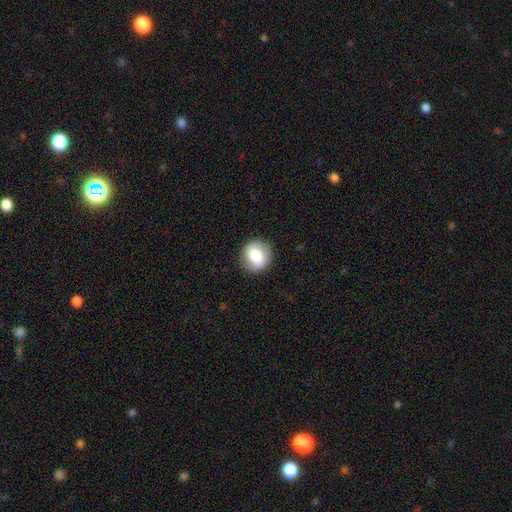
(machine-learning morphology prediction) type=smooth (71%); roundness=round (86%); merging=none (86%).